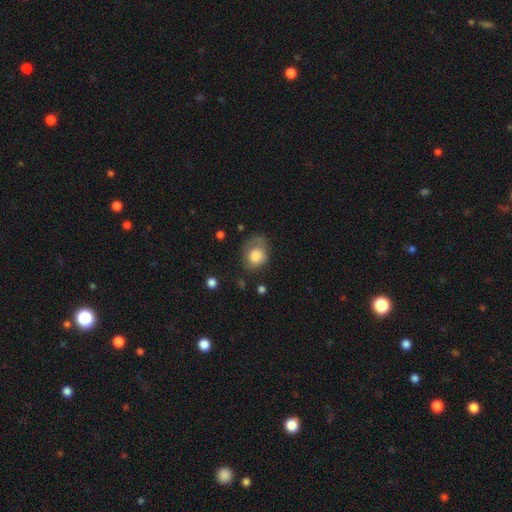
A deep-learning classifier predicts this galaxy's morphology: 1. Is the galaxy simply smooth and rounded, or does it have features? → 75% smooth, 17% featured or disk, 8% star or artifact.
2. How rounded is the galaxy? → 59% round, 40% in between, 1% cigar-shaped.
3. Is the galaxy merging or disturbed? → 44% none, 30% minor disturbance, 24% major disturbance, 2% merger.